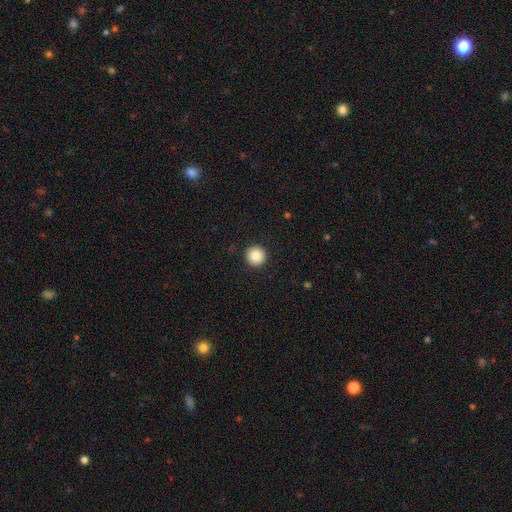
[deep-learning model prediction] smooth_or_featured: smooth (p=0.85) [alt: star or artifact p=0.09]
how_rounded: round (p=0.97) [alt: in between p=0.03]
merging: none (p=0.93) [alt: minor disturbance p=0.04]